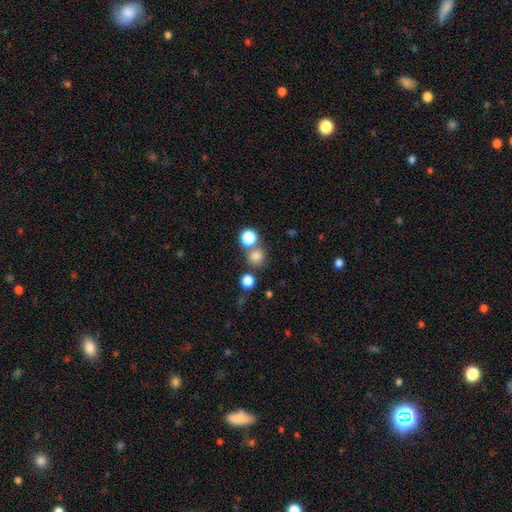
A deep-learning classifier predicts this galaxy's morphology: This is likely a smooth galaxy (76%). How rounded: clearly round (88%). Merging: likely none (65%).